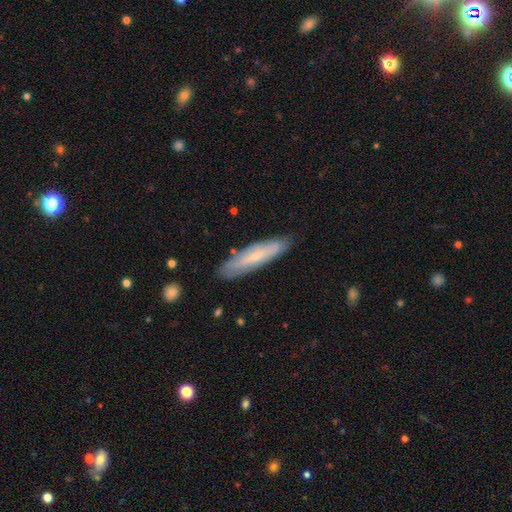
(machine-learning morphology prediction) smooth 49%, featured or disk 44%, star or artifact 7%. Down the decision tree: merging — none (84%).